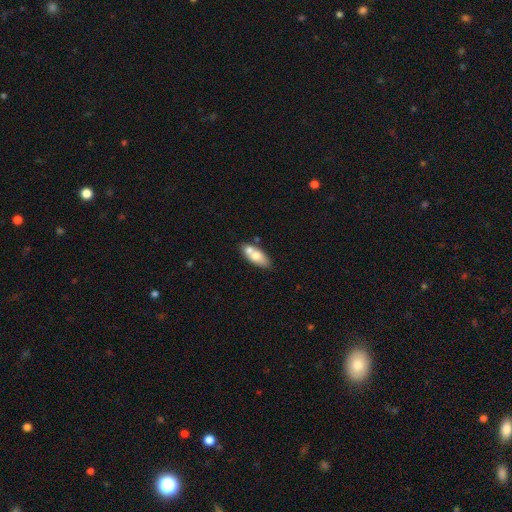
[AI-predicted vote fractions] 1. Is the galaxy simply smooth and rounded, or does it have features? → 68% smooth, 25% featured or disk, 7% star or artifact.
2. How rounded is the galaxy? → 77% in between, 18% cigar-shaped, 4% round.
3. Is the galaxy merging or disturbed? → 47% none, 34% merger, 14% minor disturbance, 5% major disturbance.